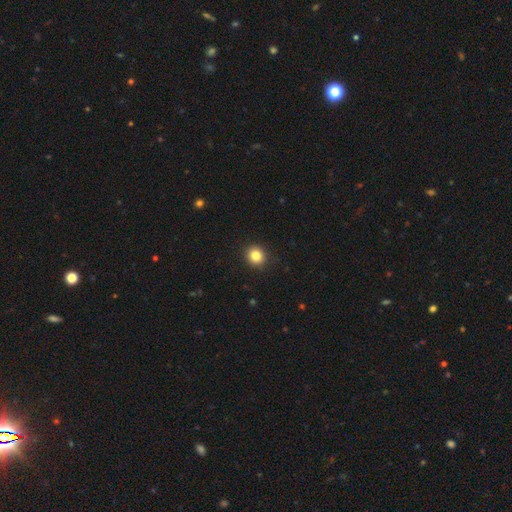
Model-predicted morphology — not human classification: Smooth or featured? smooth (84%)
How rounded? round (87%)
Merging? none (92%)